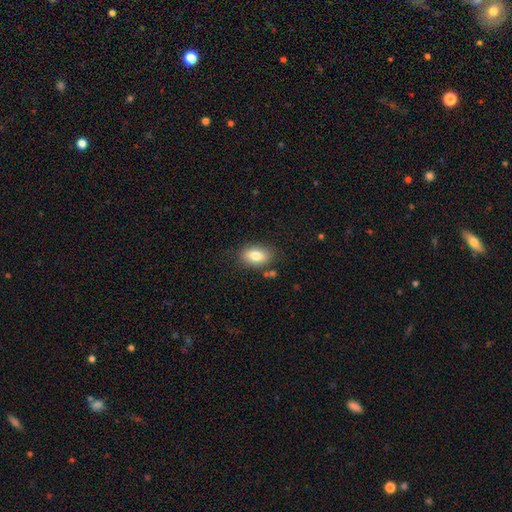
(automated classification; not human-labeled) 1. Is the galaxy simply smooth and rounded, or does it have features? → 80% smooth, 11% featured or disk, 8% star or artifact.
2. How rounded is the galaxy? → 86% in between, 12% round, 2% cigar-shaped.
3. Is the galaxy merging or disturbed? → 81% none, 12% minor disturbance, 4% merger, 3% major disturbance.